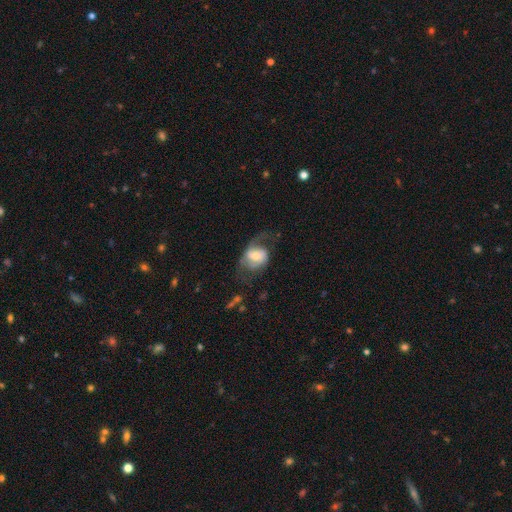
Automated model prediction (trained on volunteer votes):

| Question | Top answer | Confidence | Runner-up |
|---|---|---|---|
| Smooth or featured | featured or disk | 59% | smooth (34%) |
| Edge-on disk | no | 96% | yes (4%) |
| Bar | no | 46% | weak (40%) |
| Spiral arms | yes | 79% | no (21%) |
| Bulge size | moderate | 56% | small (28%) |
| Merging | none | 42% | major disturbance (32%) |